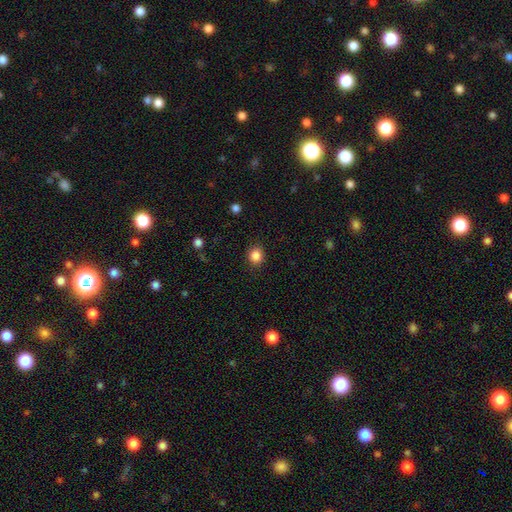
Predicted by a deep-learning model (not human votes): smooth_or_featured: smooth (p=0.86) [alt: star or artifact p=0.11]
how_rounded: round (p=0.78) [alt: in between p=0.21]
merging: none (p=0.88) [alt: minor disturbance p=0.08]